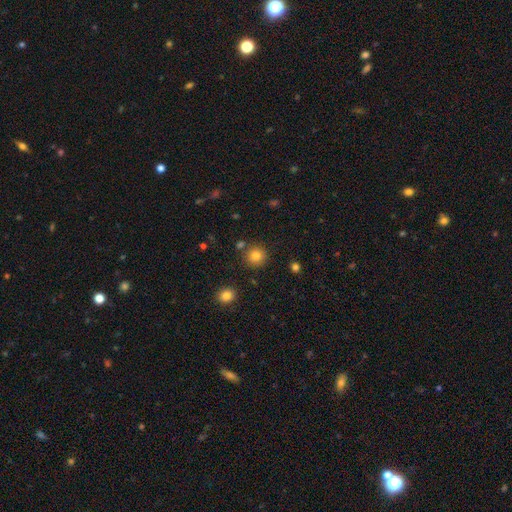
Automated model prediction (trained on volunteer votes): Overall: smooth (83%). How rounded: round (92%). Merging: none (85%).